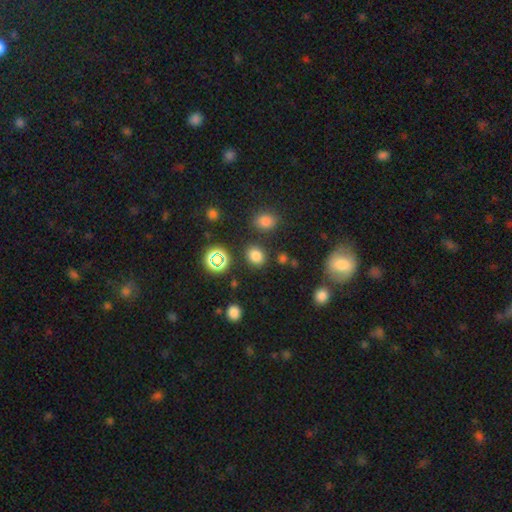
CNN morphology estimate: A smooth galaxy with no disk features (76%) that is round (58%).

Vote fractions:
- Smooth or featured? smooth: 76% / star or artifact: 19% / featured or disk: 6%
- How rounded? round: 58% / in between: 41% / cigar-shaped: 1%
- Merging? none: 82% / minor disturbance: 9% / merger: 5% / major disturbance: 4%